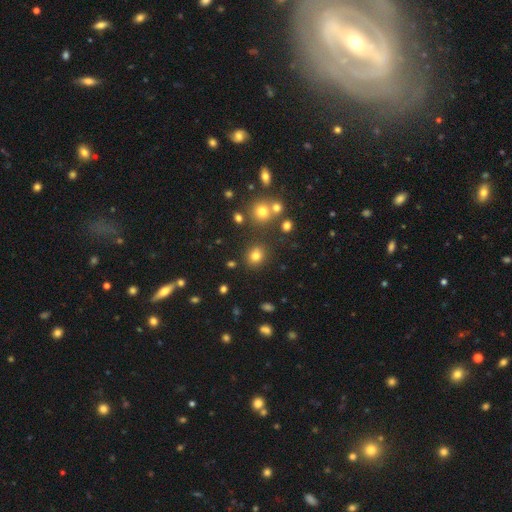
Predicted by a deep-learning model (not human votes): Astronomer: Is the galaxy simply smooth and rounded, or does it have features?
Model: smooth — 78%.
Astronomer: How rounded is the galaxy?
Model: round — 78%.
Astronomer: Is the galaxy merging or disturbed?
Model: none — 85%.